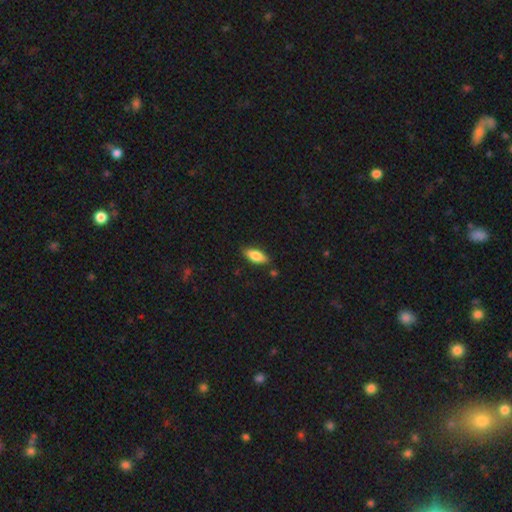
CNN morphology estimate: Smooth or featured? Predicted: smooth (p=0.79). How rounded? Predicted: in between (p=0.76). Merging? Predicted: none (p=0.83).